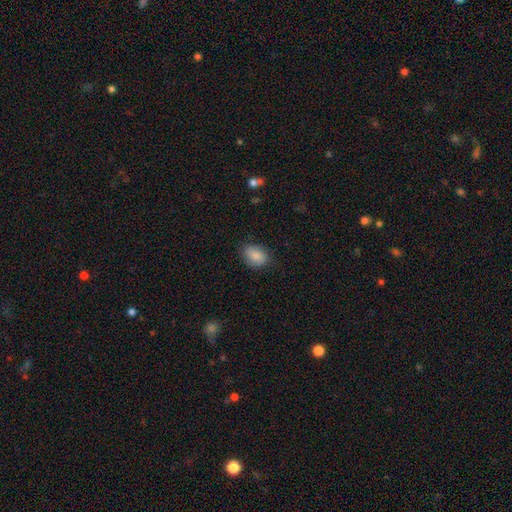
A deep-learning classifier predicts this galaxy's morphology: This appears to be a smooth galaxy with no disk features (86%) that is in between round and cigar-shaped (78%). Merging: none (80%).